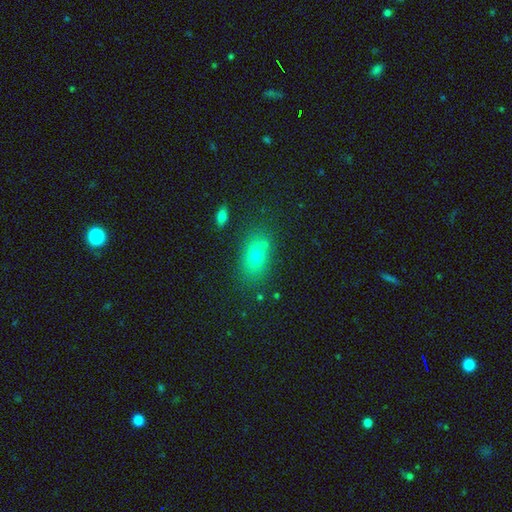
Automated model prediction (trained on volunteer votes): A smooth galaxy with no disk features (71%) that is in between round and cigar-shaped (77%).

Vote fractions:
- Smooth or featured? smooth: 71% / star or artifact: 15% / featured or disk: 14%
- How rounded? in between: 77% / round: 18% / cigar-shaped: 4%
- Merging? none: 72% / minor disturbance: 13% / merger: 10% / major disturbance: 4%